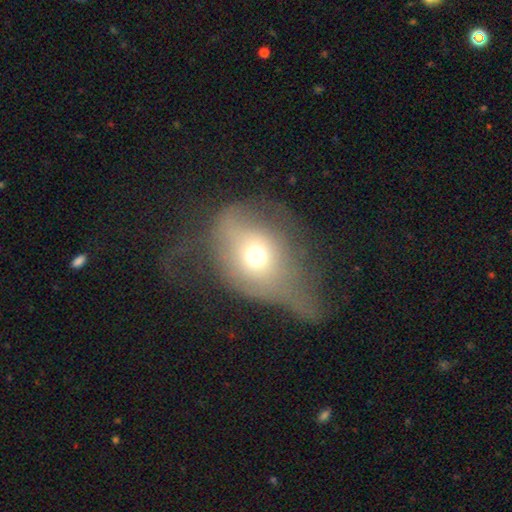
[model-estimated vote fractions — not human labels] smooth_or_featured: smooth (p=0.52) [alt: featured or disk p=0.34]
how_rounded: round (p=0.57) [alt: in between p=0.40]
merging: major disturbance (p=0.48) [alt: none p=0.26]